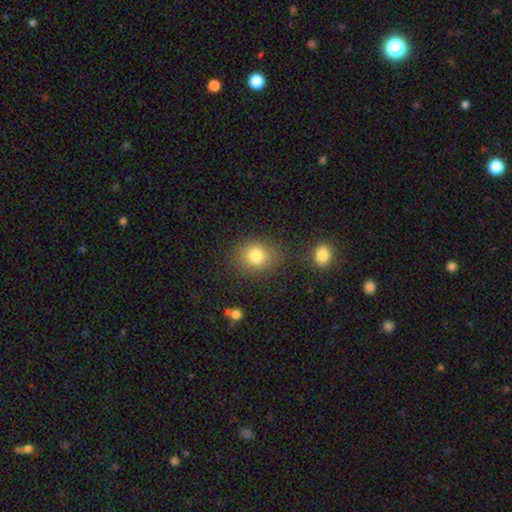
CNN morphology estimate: Smooth or featured: smooth — 83% (star or artifact — 11%)
How rounded: round — 68% (in between — 31%)
Merging: none — 78% (minor disturbance — 12%)